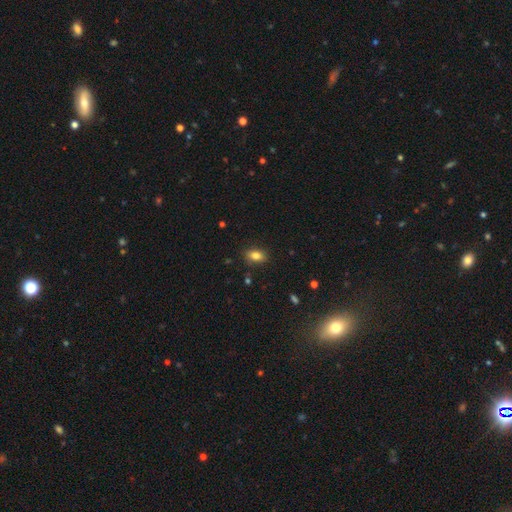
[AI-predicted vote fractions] Smooth or featured? Predicted: smooth (p=0.81). How rounded? Predicted: in between (p=0.83). Merging? Predicted: none (p=0.86).